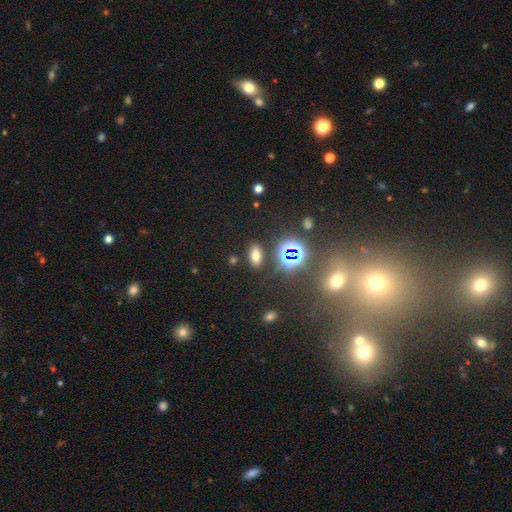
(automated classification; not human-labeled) This appears to be a smooth galaxy with no disk features (65%) that is in between round and cigar-shaped (88%). Merging: none (86%).